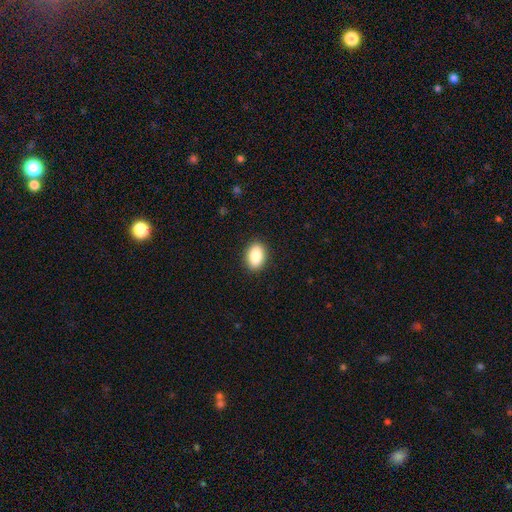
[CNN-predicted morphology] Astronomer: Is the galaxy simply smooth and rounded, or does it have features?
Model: smooth — 87%.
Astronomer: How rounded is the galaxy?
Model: in between — 86%.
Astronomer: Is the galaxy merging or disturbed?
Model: none — 90%.